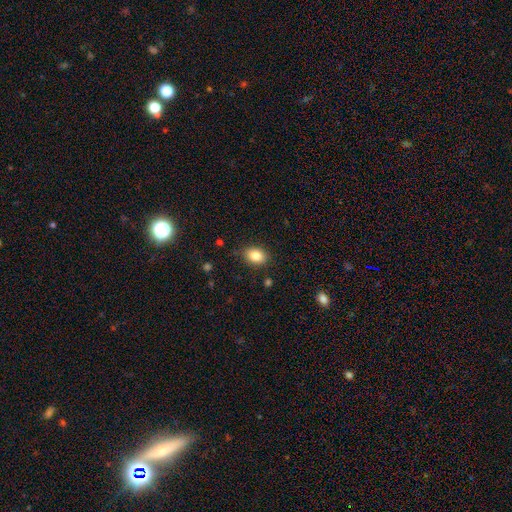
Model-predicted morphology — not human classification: type=smooth (85%); roundness=in between (76%); merging=none (86%).